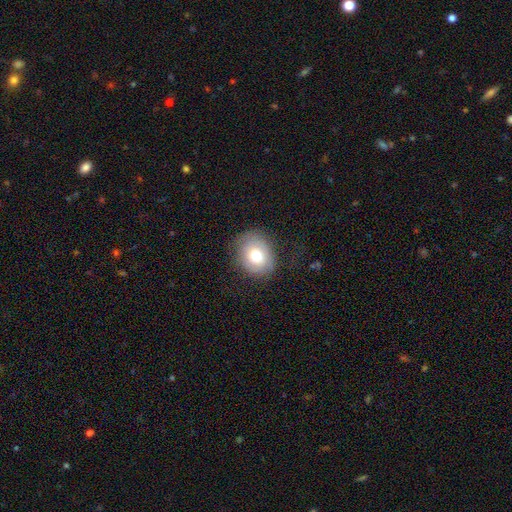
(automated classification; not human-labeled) smooth_or_featured: smooth (p=0.66) [alt: featured or disk p=0.26]
how_rounded: round (p=0.52) [alt: in between p=0.47]
merging: none (p=0.71) [alt: minor disturbance p=0.19]